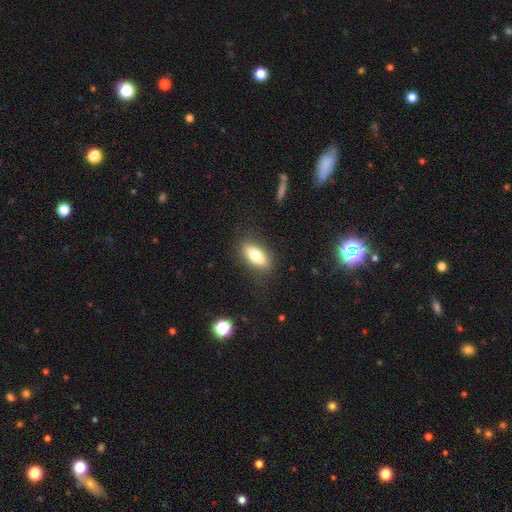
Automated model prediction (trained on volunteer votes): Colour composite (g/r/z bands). It shows a smooth galaxy with no disk features (69%) that is in between round and cigar-shaped (72%). Merging: none (85%).